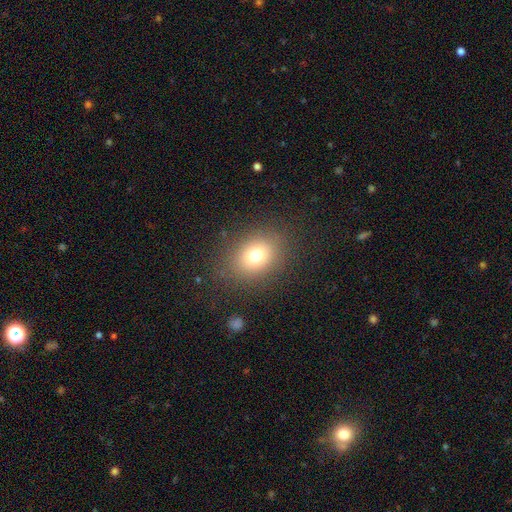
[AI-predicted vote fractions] smooth 74%, star or artifact 14%, featured or disk 11%. Down the decision tree: how rounded — in between (51%); merging — none (83%).